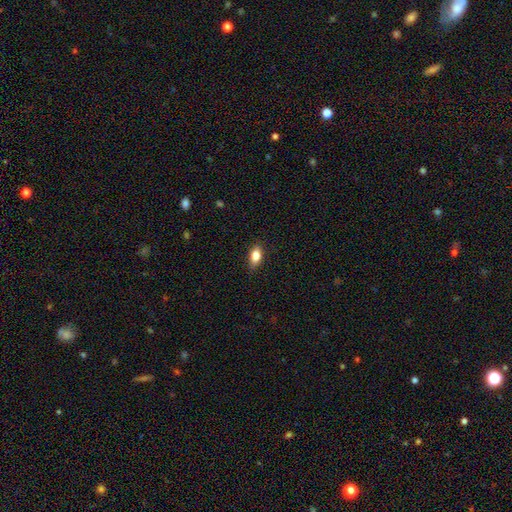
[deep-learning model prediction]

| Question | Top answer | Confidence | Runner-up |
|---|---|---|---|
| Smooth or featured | smooth | 80% | featured or disk (11%) |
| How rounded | in between | 84% | round (8%) |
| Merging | none | 82% | minor disturbance (14%) |